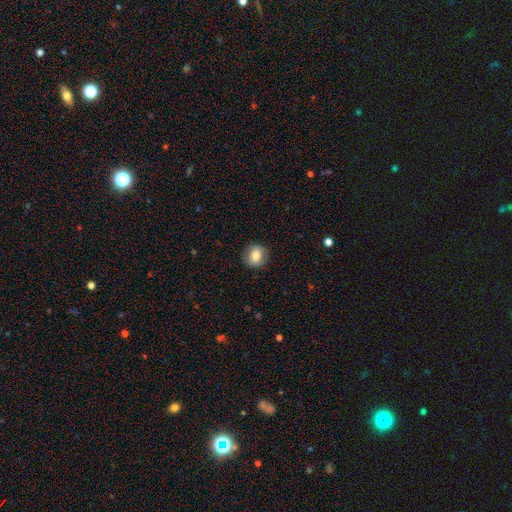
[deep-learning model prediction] Smooth or featured: smooth — 73% (featured or disk — 18%)
How rounded: round — 79% (in between — 19%)
Merging: none — 86% (minor disturbance — 10%)